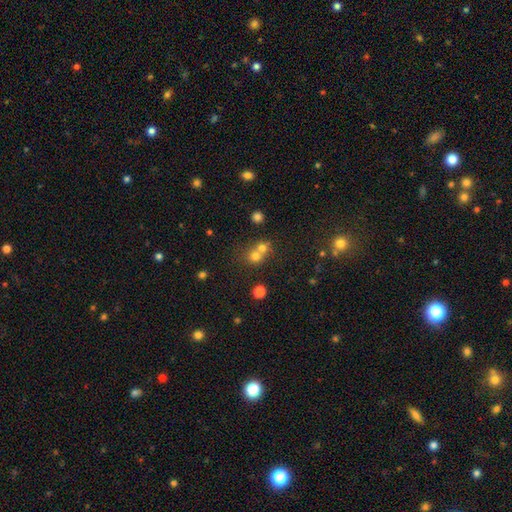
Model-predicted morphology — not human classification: Q: Smooth or featured?
A: smooth (71%); runner-up: star or artifact (17%)
Q: How rounded?
A: round (84%); runner-up: in between (15%)
Q: Merging?
A: merger (54%); runner-up: none (38%)